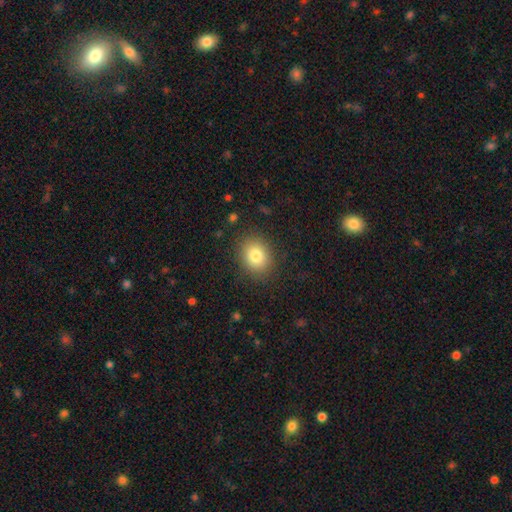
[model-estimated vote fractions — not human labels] The model was most divided on "how rounded": round: 59%, in between: 40%, cigar-shaped: 1%. More confident: merging — none (86%); smooth or featured — smooth (81%).